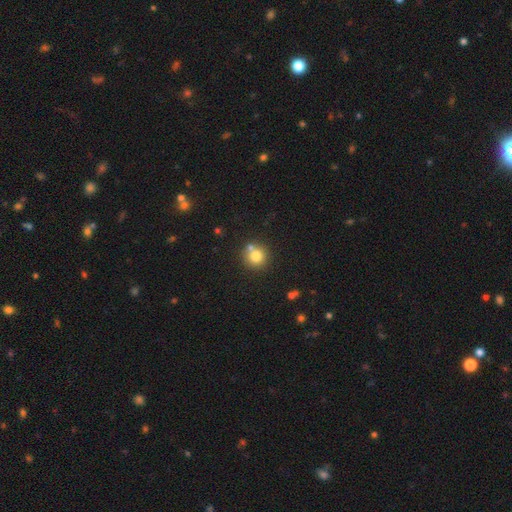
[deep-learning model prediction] The model was most divided on "merging": none: 67%, merger: 21%, minor disturbance: 9%, major disturbance: 3%. More confident: how rounded — round (92%); smooth or featured — smooth (78%).